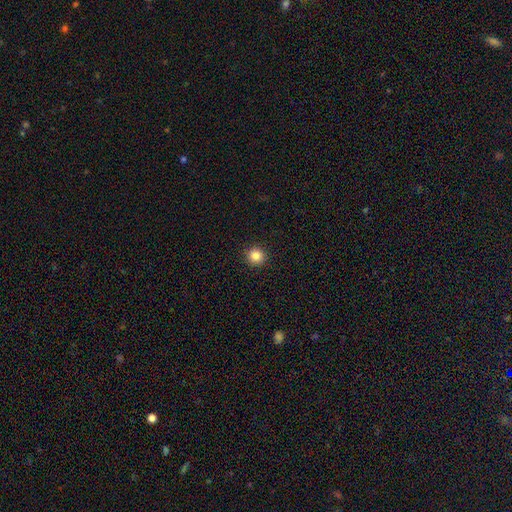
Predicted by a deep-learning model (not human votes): This is clearly a smooth galaxy (85%). How rounded: clearly round (95%). Merging: clearly none (93%).